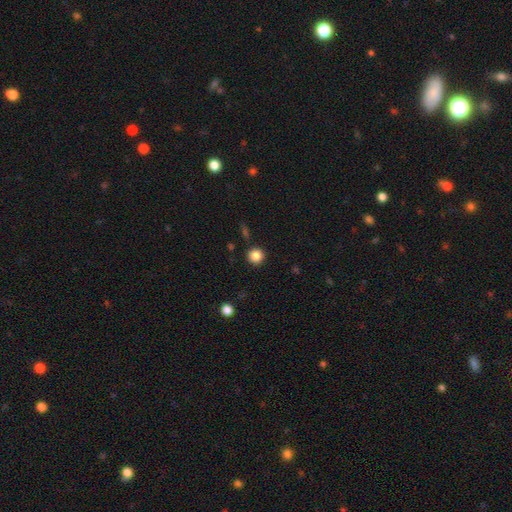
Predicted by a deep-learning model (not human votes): Overall: smooth (85%). How rounded: round (95%). Merging: none (90%).